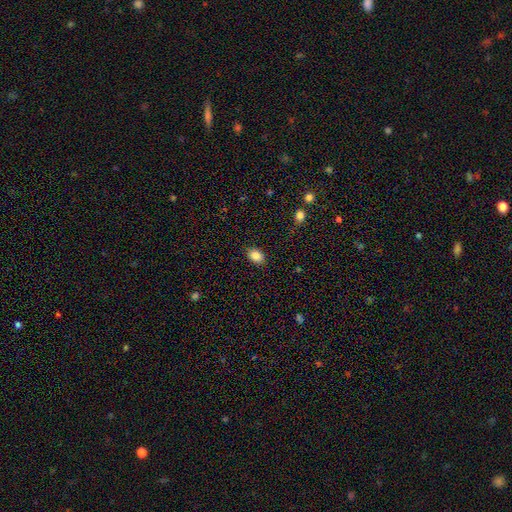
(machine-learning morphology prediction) A smooth galaxy with no disk features (87%) that is in between round and cigar-shaped (77%). Merging: none (86%).